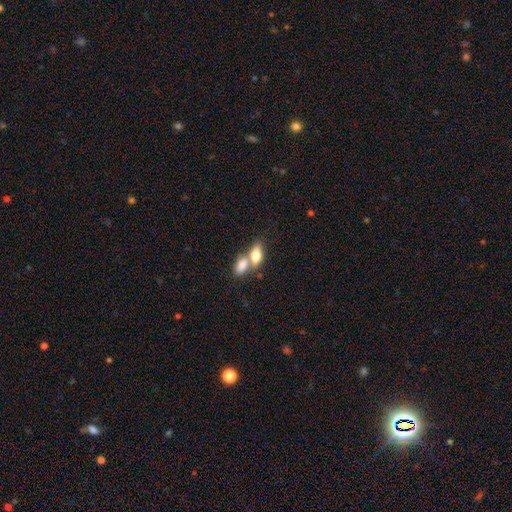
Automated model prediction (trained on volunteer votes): Smooth or featured? Predicted: smooth (p=0.75). How rounded? Predicted: in between (p=0.84). Merging? Predicted: merger (p=0.64).